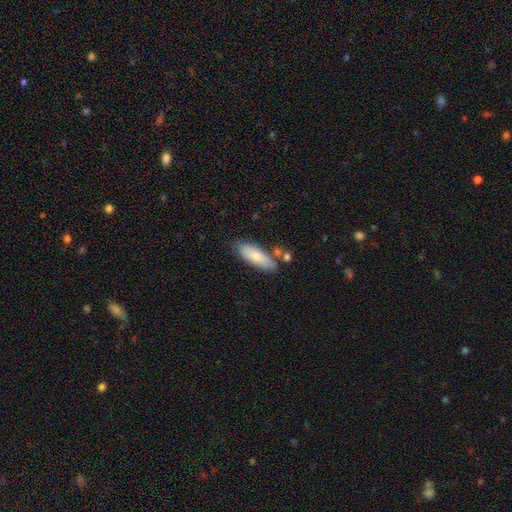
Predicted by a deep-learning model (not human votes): Smooth or featured? Predicted: smooth (p=0.77). How rounded? Predicted: in between (p=0.62). Merging? Predicted: none (p=0.70).